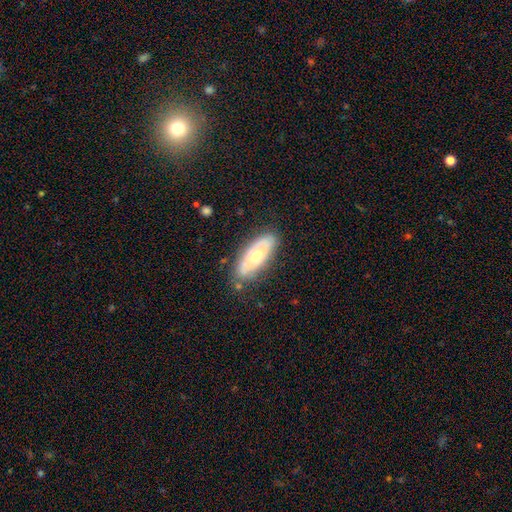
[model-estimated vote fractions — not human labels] Smooth or featured? featured or disk (48%)
Merging? none (78%)